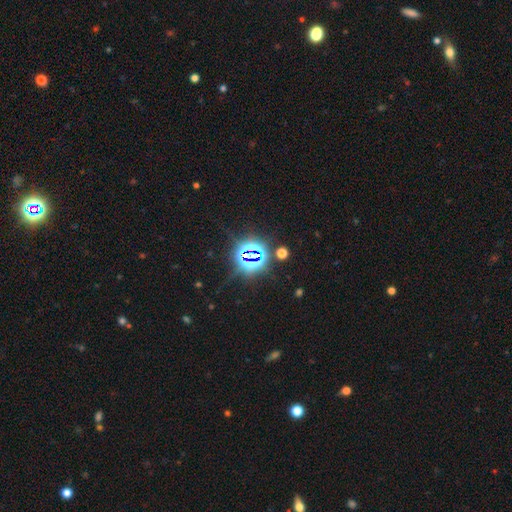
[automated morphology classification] Overall: star or artifact (78%).